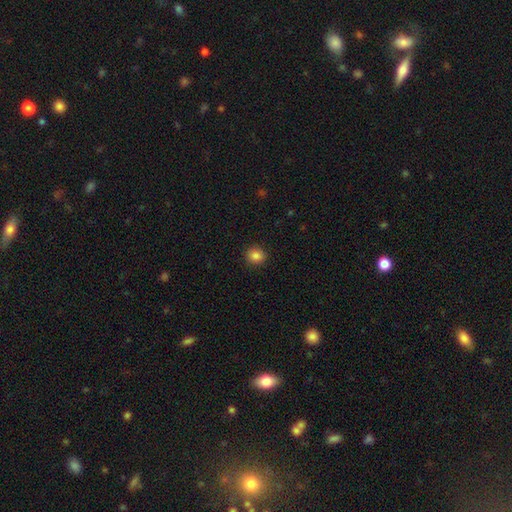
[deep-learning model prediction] smooth 85%, star or artifact 11%, featured or disk 5%. Down the decision tree: how rounded — round (85%); merging — none (92%).